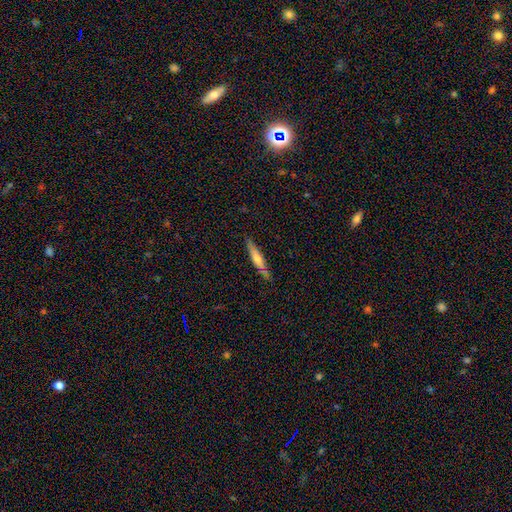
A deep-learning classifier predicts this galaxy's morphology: type=featured or disk (51%); edge-on=yes (91%); merging=none (83%).